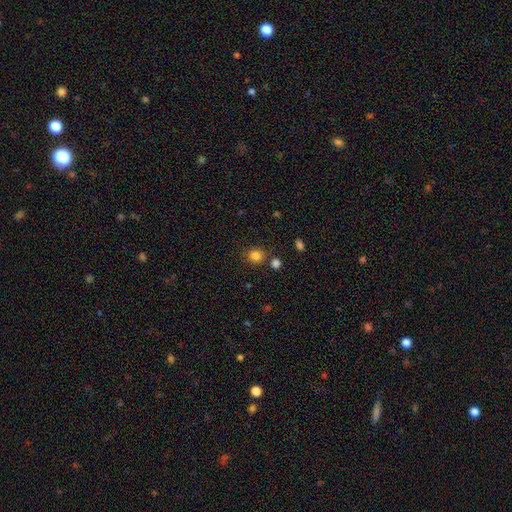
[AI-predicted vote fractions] Q: Smooth or featured?
A: smooth (83%); runner-up: star or artifact (12%)
Q: How rounded?
A: round (79%); runner-up: in between (21%)
Q: Merging?
A: none (77%); runner-up: minor disturbance (11%)